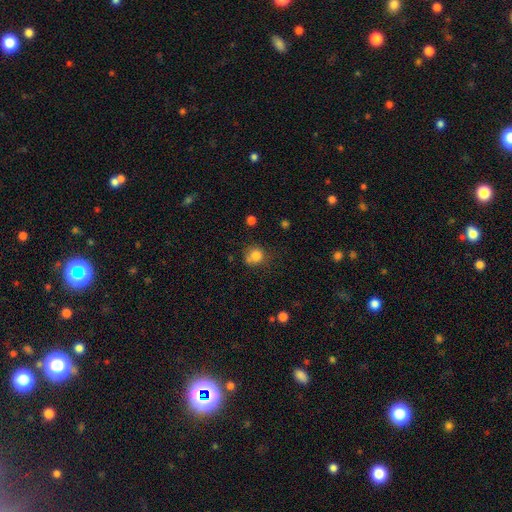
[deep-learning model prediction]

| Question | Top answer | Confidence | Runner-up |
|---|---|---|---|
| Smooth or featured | smooth | 81% | star or artifact (12%) |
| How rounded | round | 83% | in between (16%) |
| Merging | none | 62% | minor disturbance (21%) |